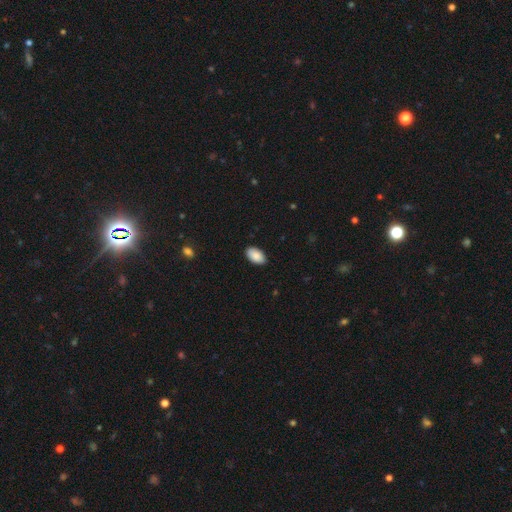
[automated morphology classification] A smooth galaxy with no disk features (89%) that is in between round and cigar-shaped (95%). Merging: none (88%).